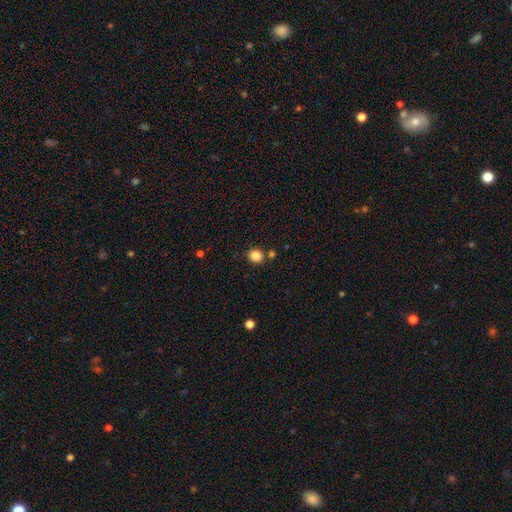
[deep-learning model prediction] smooth_or_featured: smooth (p=0.86) [alt: star or artifact p=0.10]
how_rounded: round (p=0.58) [alt: in between p=0.41]
merging: none (p=0.79) [alt: minor disturbance p=0.10]